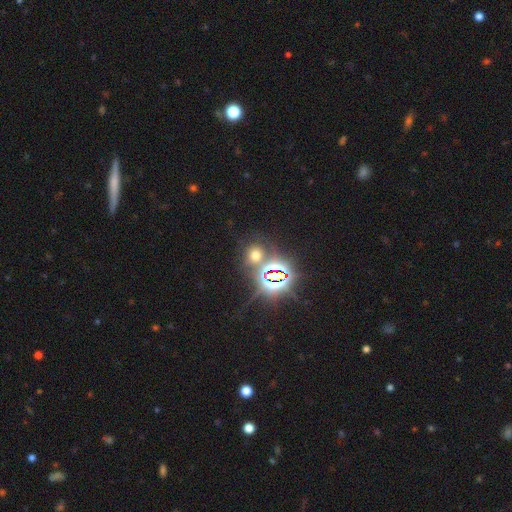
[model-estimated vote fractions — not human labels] This is possibly a star or artifact rather than a galaxy (50%).